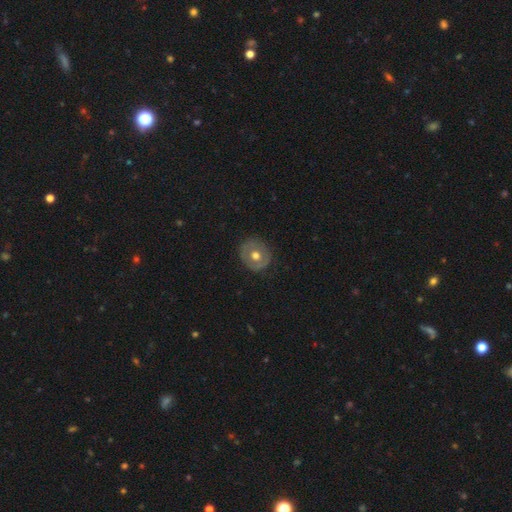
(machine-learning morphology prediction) smooth 50%, featured or disk 43%, star or artifact 7%. Down the decision tree: how rounded — round (87%); merging — none (84%).